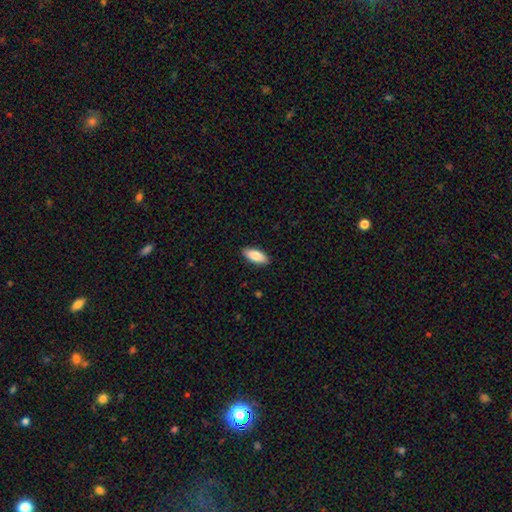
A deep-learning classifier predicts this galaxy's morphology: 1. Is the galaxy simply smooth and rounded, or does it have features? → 85% smooth, 9% featured or disk, 6% star or artifact.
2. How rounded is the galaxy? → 80% in between, 18% cigar-shaped, 2% round.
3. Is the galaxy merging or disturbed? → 90% none, 8% minor disturbance, 2% major disturbance, 1% merger.